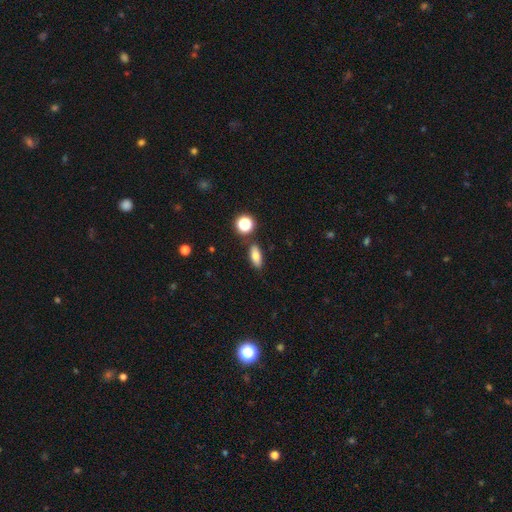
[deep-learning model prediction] Smooth or featured? smooth (77%)
How rounded? in between (75%)
Merging? none (83%)